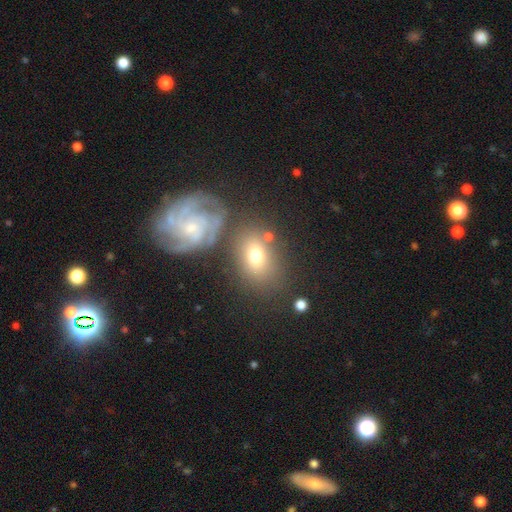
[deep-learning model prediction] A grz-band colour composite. It shows a smooth galaxy with no disk features (66%) that is in between round and cigar-shaped (71%). Merging: none (61%).